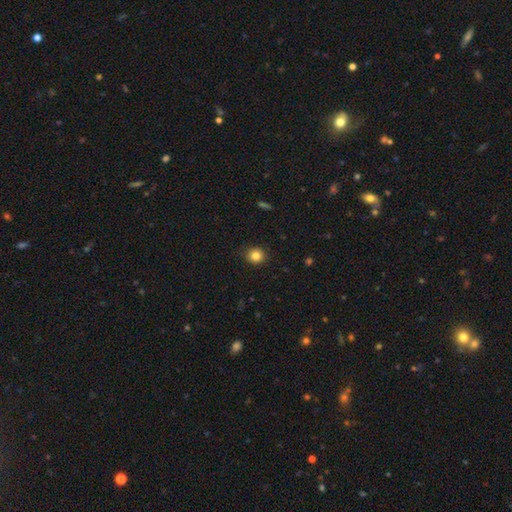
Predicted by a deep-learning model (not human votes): smooth_or_featured: smooth (p=0.84) [alt: star or artifact p=0.11]
how_rounded: round (p=0.86) [alt: in between p=0.13]
merging: none (p=0.88) [alt: minor disturbance p=0.09]